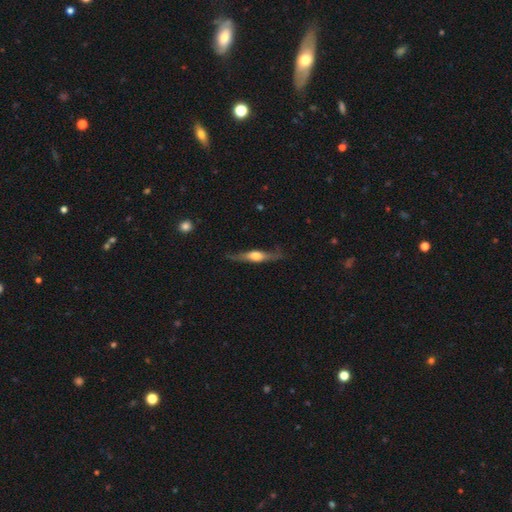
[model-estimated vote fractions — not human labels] Smooth or featured? featured or disk (63%)
Edge-on disk? yes (90%)
Edge-on bulge? rounded (83%)
Merging? none (76%)